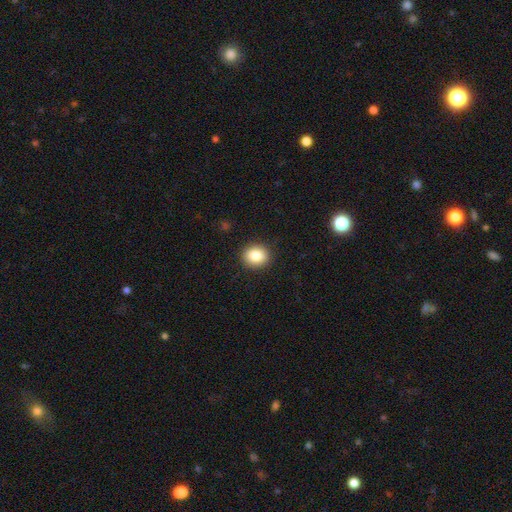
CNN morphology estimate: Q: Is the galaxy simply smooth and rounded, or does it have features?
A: smooth — 85%.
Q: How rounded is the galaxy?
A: round — 75%.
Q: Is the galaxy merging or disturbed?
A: none — 91%.